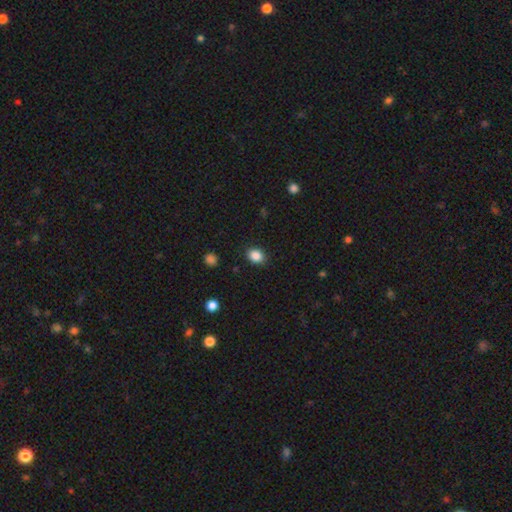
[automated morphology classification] Smooth or featured: smooth — 87% (star or artifact — 10%)
How rounded: in between — 53% (round — 46%)
Merging: none — 88% (minor disturbance — 9%)